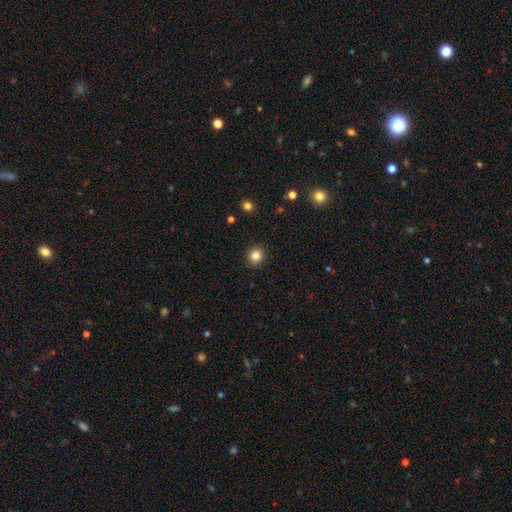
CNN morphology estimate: Overall: smooth (84%). How rounded: round (91%). Merging: none (92%).